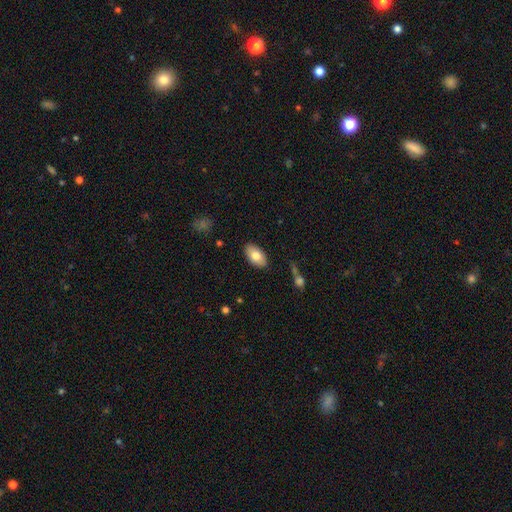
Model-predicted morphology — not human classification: smooth 78%, featured or disk 15%, star or artifact 6%. Down the decision tree: how rounded — in between (95%); merging — none (88%).